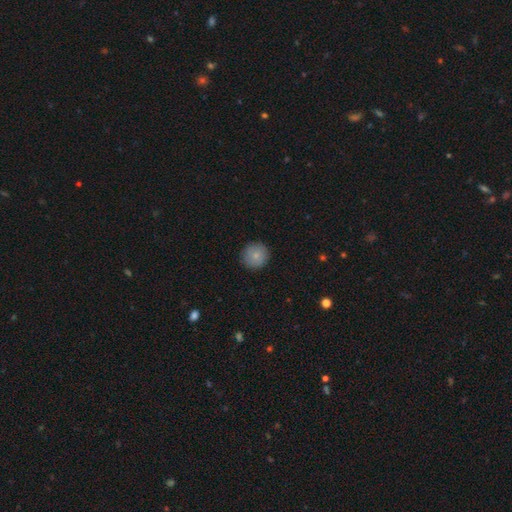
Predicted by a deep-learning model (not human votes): Smooth or featured? Predicted: smooth (p=0.83). How rounded? Predicted: round (p=0.94). Merging? Predicted: none (p=0.90).